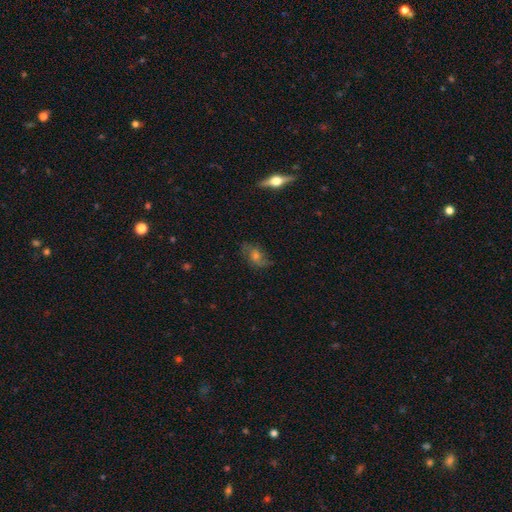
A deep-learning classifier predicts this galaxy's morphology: featured or disk 56%, smooth 29%, star or artifact 15%. Down the decision tree: edge-on disk — no (77%); merging — none (74%).